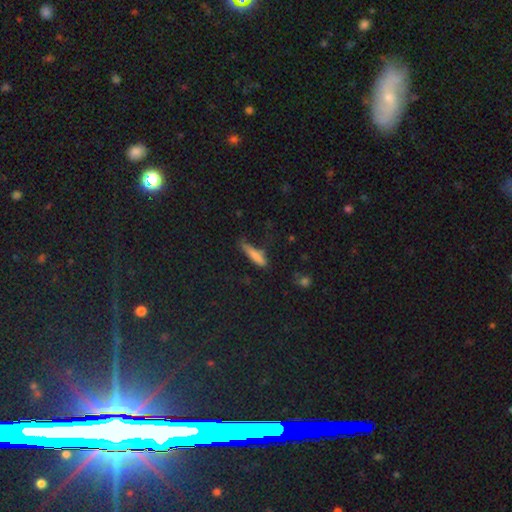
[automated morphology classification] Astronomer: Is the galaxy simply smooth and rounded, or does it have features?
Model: smooth — 76%.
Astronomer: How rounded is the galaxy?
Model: cigar-shaped — 84%.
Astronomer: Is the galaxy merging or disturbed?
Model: none — 55%.